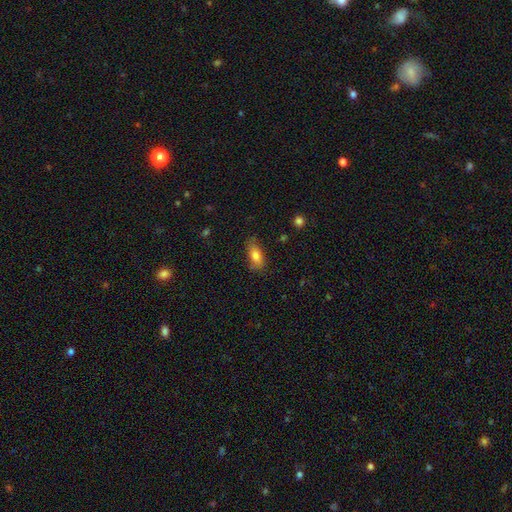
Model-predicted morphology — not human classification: A smooth galaxy with no disk features (79%) that is in between round and cigar-shaped (83%).

Vote fractions:
- Smooth or featured? smooth: 79% / featured or disk: 13% / star or artifact: 8%
- How rounded? in between: 83% / cigar-shaped: 13% / round: 4%
- Merging? none: 73% / minor disturbance: 20% / major disturbance: 5% / merger: 2%